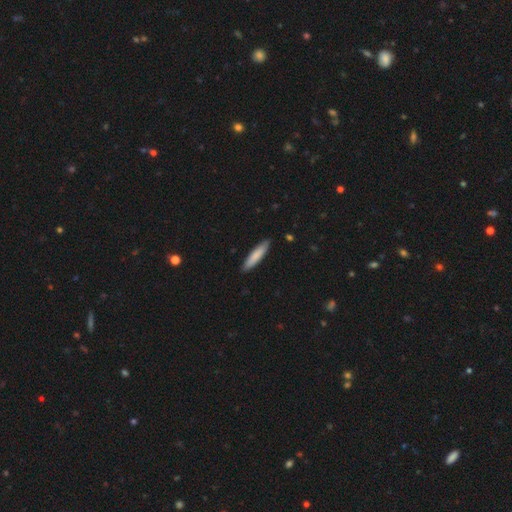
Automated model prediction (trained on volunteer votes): The model was most divided on "smooth or featured": smooth: 82%, featured or disk: 13%, star or artifact: 5%. More confident: merging — none (89%); how rounded — cigar-shaped (84%).